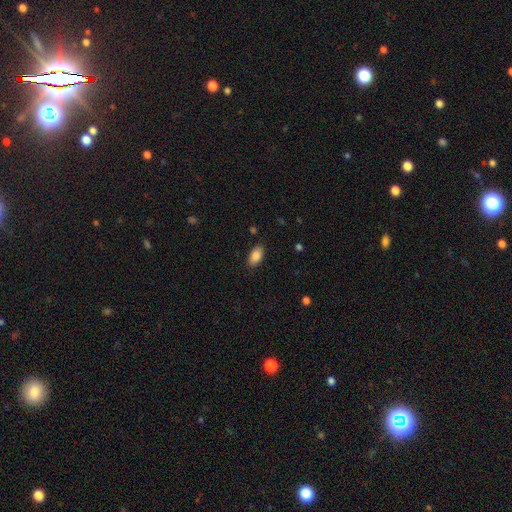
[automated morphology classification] A smooth galaxy with no disk features (87%) that is in between round and cigar-shaped (93%). Merging: none (87%).